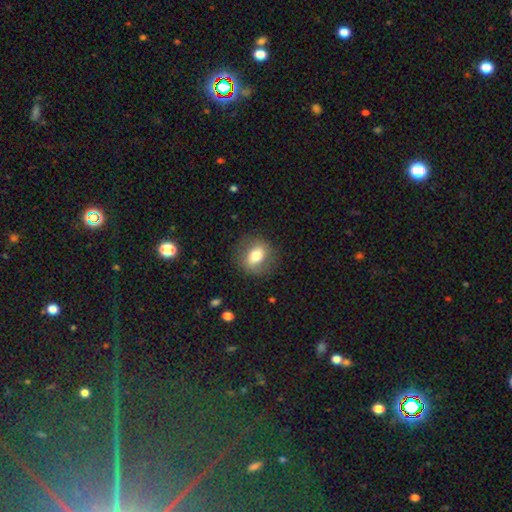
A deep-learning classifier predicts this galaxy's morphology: A smooth galaxy with no disk features (65%) that is round (54%). Merging: none (80%).